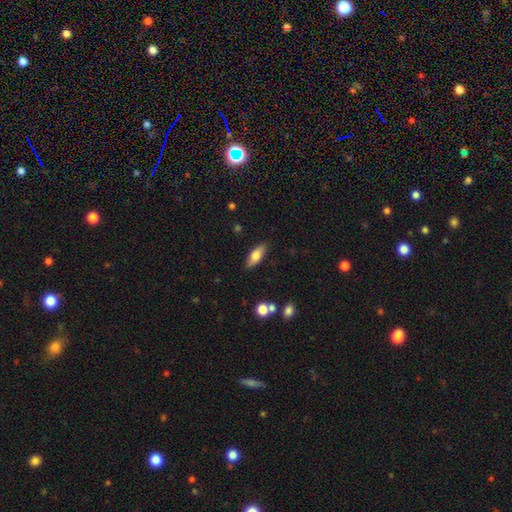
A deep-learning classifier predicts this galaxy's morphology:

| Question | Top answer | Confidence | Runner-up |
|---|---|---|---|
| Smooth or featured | smooth | 70% | featured or disk (23%) |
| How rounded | in between | 72% | cigar-shaped (26%) |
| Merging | none | 85% | minor disturbance (10%) |